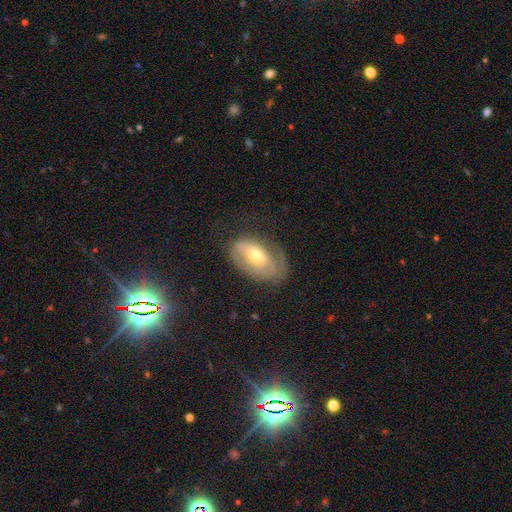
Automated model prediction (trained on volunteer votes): featured or disk 54%, smooth 38%, star or artifact 8%. Down the decision tree: edge-on disk — no (92%); merging — none (55%).